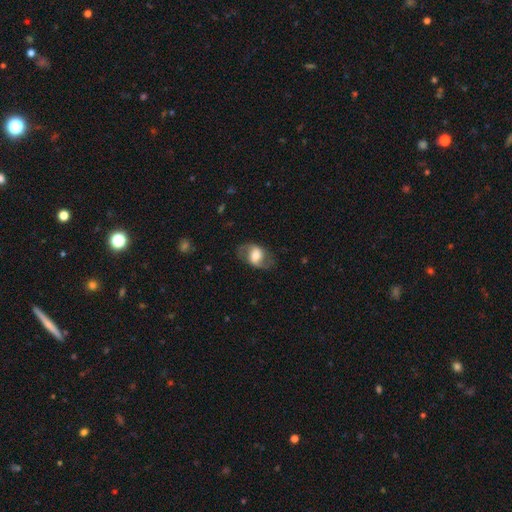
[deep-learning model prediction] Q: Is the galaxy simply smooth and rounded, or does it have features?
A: featured or disk — 58%.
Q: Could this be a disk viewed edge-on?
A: no — 94%.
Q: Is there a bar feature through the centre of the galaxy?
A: weak — 41%.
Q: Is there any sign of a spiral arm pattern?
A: yes — 81%.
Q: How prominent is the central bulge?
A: moderate — 39%.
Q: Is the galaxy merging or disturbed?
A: none — 71%.